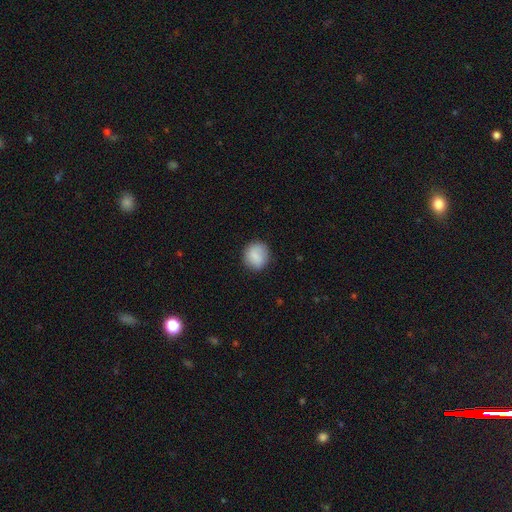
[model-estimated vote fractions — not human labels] Smooth or featured? smooth (83%)
How rounded? round (87%)
Merging? none (84%)